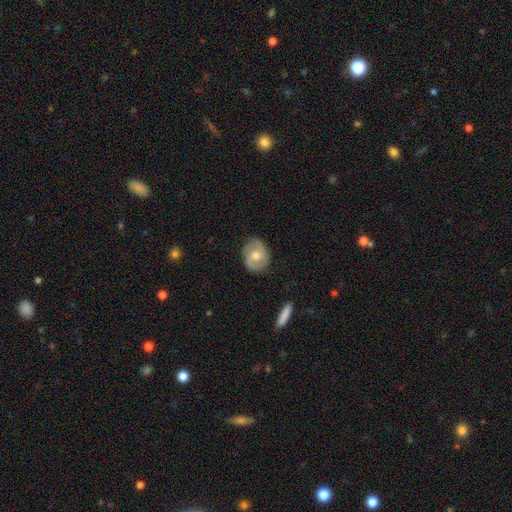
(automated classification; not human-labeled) Smooth or featured? Predicted: featured or disk (p=0.52). Edge-on disk? Predicted: no (p=0.95). Merging? Predicted: none (p=0.79).